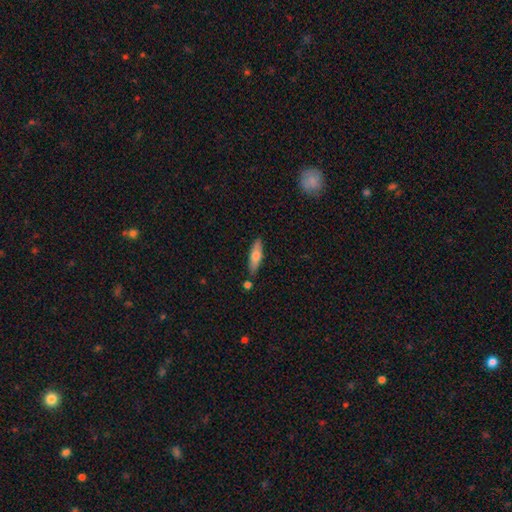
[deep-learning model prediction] This appears to be a smooth galaxy with no disk features (65%) that is cigar-shaped (64%). Merging: none (82%).